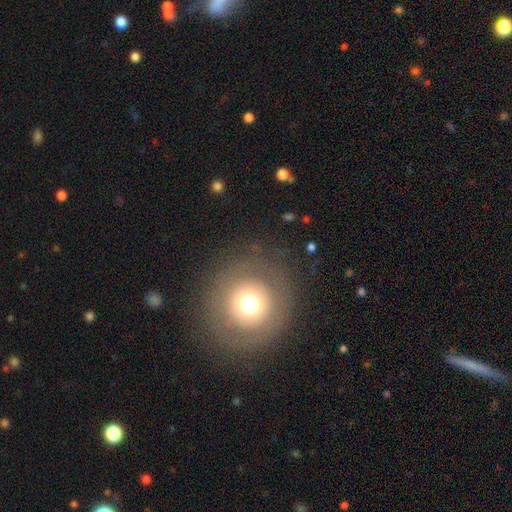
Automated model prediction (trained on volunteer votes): A smooth galaxy with no disk features (56%) that is round (90%). Merging: none (86%).